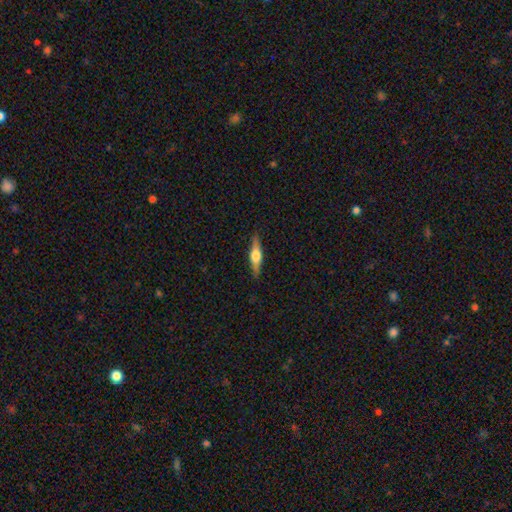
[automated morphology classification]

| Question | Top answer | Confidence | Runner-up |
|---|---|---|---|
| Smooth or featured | featured or disk | 59% | smooth (35%) |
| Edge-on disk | yes | 96% | no (4%) |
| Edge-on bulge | rounded | 91% | boxy (7%) |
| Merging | none | 89% | minor disturbance (9%) |